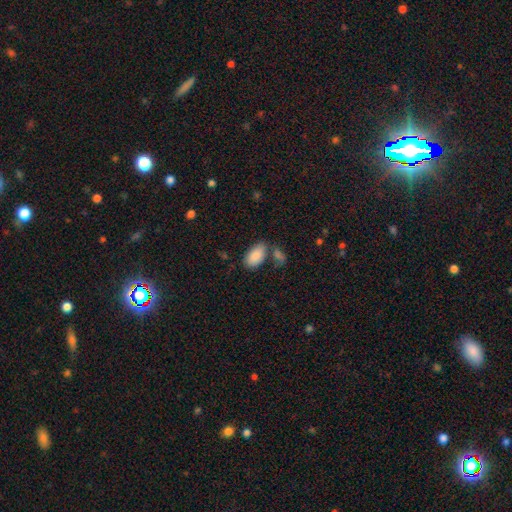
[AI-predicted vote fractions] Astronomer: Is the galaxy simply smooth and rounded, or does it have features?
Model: smooth — 87%.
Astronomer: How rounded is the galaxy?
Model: in between — 95%.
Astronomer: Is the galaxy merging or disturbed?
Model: none — 58%.